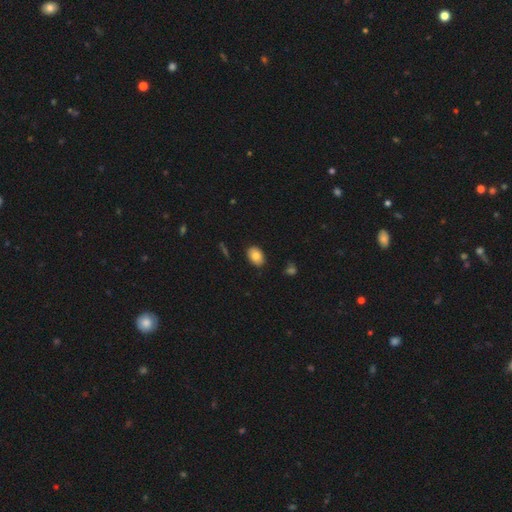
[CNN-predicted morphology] Smooth or featured: smooth — 83% (featured or disk — 9%)
How rounded: in between — 82% (round — 16%)
Merging: none — 87% (minor disturbance — 10%)